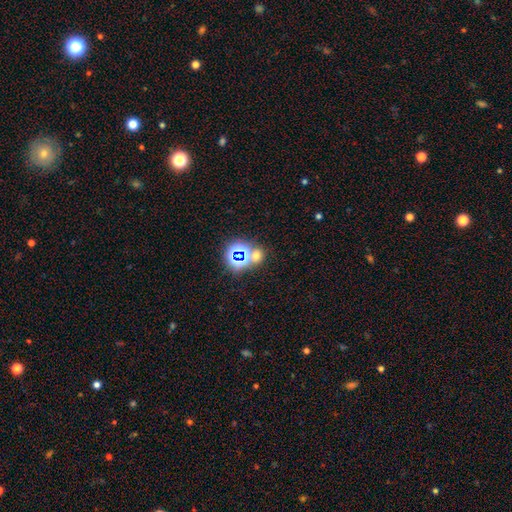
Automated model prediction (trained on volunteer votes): This appears to be a smooth galaxy with no disk features (46%). Merging: none (61%).